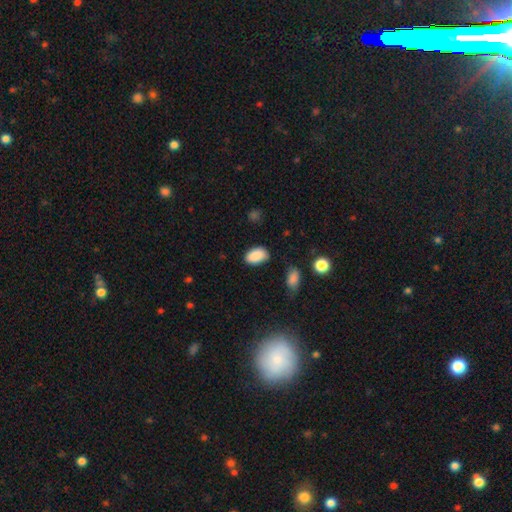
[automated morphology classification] Smooth or featured? Predicted: smooth (p=0.89). How rounded? Predicted: in between (p=0.92). Merging? Predicted: none (p=0.76).